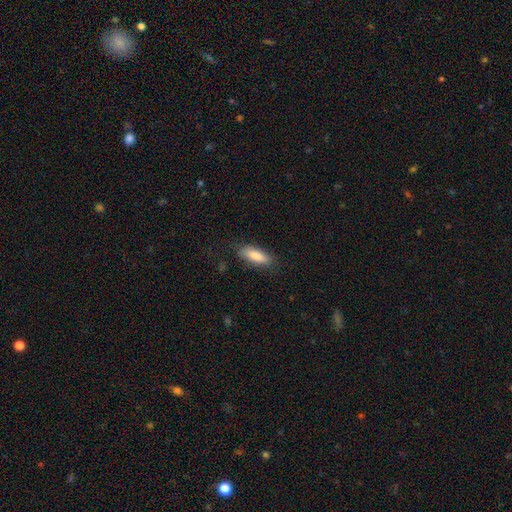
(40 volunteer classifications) Volunteers were most divided on "how rounded": in between: 74%, cigar-shaped: 24%, round: 3%. More confident: smooth or featured — smooth (85%); merging — none (73%).